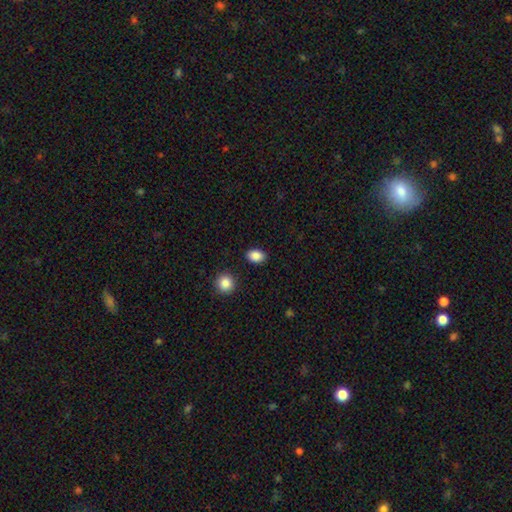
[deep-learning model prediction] Q: Smooth or featured?
A: smooth (88%); runner-up: star or artifact (9%)
Q: How rounded?
A: in between (75%); runner-up: round (23%)
Q: Merging?
A: none (88%); runner-up: minor disturbance (8%)